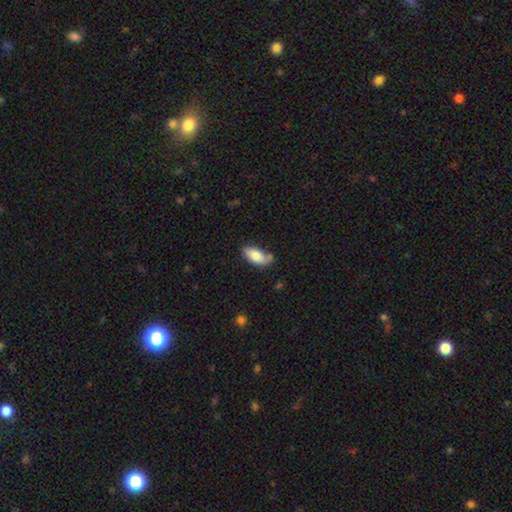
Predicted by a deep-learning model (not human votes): smooth-or-featured: smooth: 80% | featured or disk: 13% | star or artifact: 7%
  how-rounded: in between: 88% | cigar-shaped: 10% | round: 2%
  merging: none: 63% | minor disturbance: 22% | merger: 10% | major disturbance: 5%